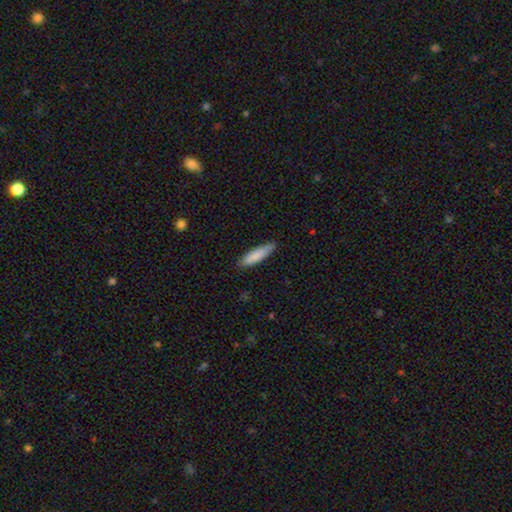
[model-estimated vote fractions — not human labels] A smooth galaxy with no disk features (84%) that is cigar-shaped (68%).

Vote fractions:
- Smooth or featured? smooth: 84% / featured or disk: 10% / star or artifact: 6%
- How rounded? cigar-shaped: 68% / in between: 31% / round: 1%
- Merging? none: 81% / minor disturbance: 16% / major disturbance: 2% / merger: 1%